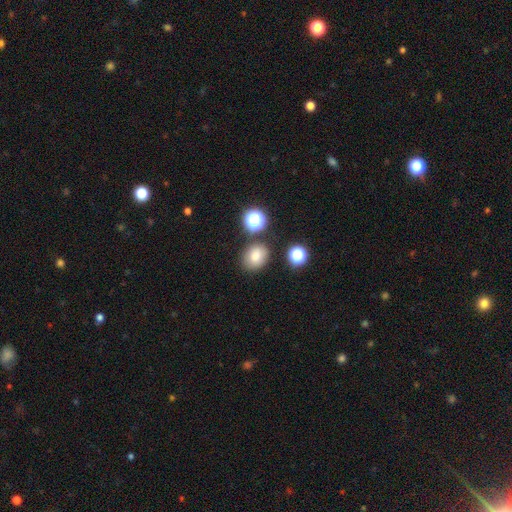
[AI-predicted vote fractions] Smooth or featured?
  - smooth: 76% *
  - star or artifact: 15%
  - featured or disk: 9%
How rounded?
  - round: 59% *
  - in between: 40%
  - cigar-shaped: 1%
Merging?
  - none: 79% *
  - minor disturbance: 11%
  - merger: 7%
  - major disturbance: 3%